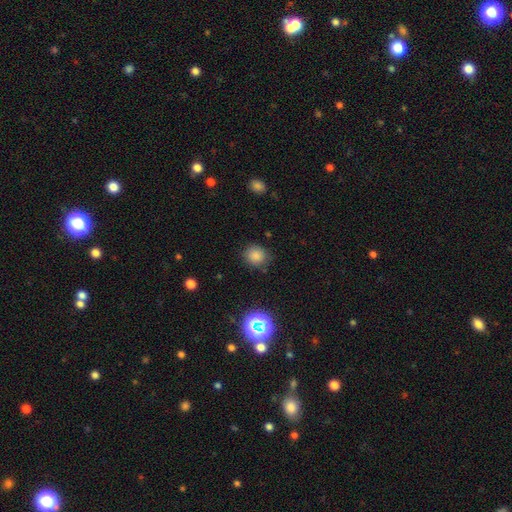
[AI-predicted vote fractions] A smooth galaxy with no disk features (80%) that is round (84%).

Vote fractions:
- Smooth or featured? smooth: 80% / star or artifact: 15% / featured or disk: 5%
- How rounded? round: 84% / in between: 15% / cigar-shaped: 1%
- Merging? none: 82% / minor disturbance: 12% / major disturbance: 4% / merger: 2%